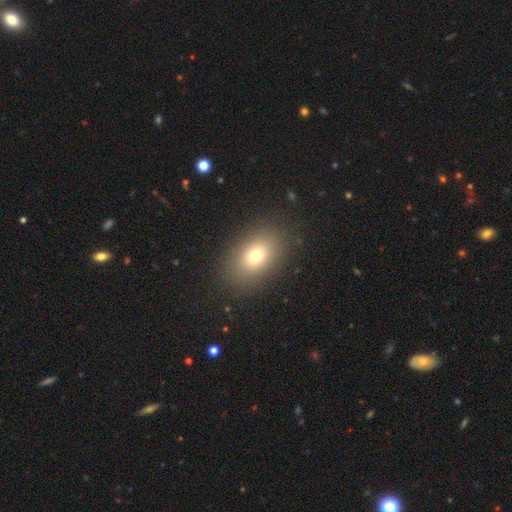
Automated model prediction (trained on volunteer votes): This is likely a smooth galaxy (73%). How rounded: likely in between (75%). Merging: clearly none (86%).